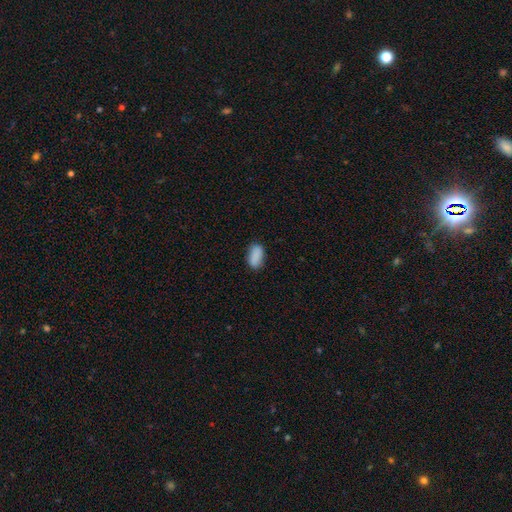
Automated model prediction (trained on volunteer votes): This is clearly a smooth galaxy (88%). How rounded: clearly in between (92%). Merging: clearly none (81%).